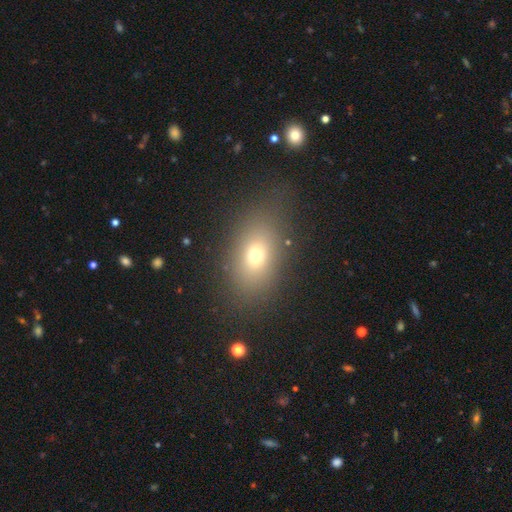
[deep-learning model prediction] Q: Smooth or featured?
A: smooth (70%); runner-up: star or artifact (15%)
Q: How rounded?
A: in between (77%); runner-up: round (21%)
Q: Merging?
A: none (77%); runner-up: minor disturbance (13%)